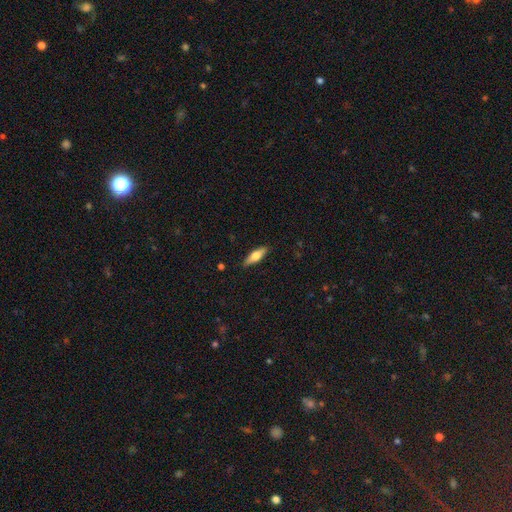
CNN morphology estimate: The model was most divided on "how rounded": cigar-shaped: 53%, in between: 45%, round: 2%. More confident: merging — none (88%); smooth or featured — smooth (59%).